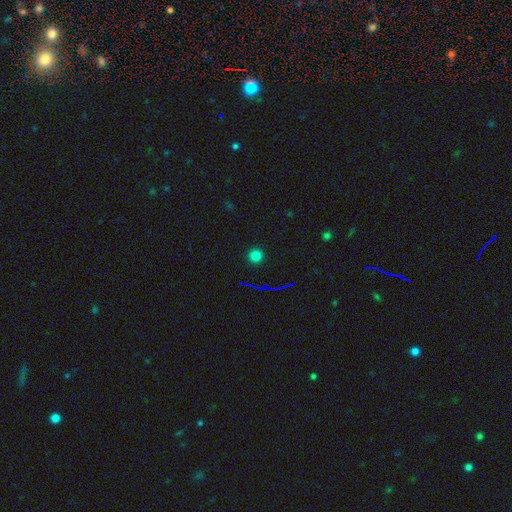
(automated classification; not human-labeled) Q: Smooth or featured?
A: smooth (78%); runner-up: star or artifact (17%)
Q: How rounded?
A: round (96%); runner-up: in between (3%)
Q: Merging?
A: none (92%); runner-up: minor disturbance (5%)